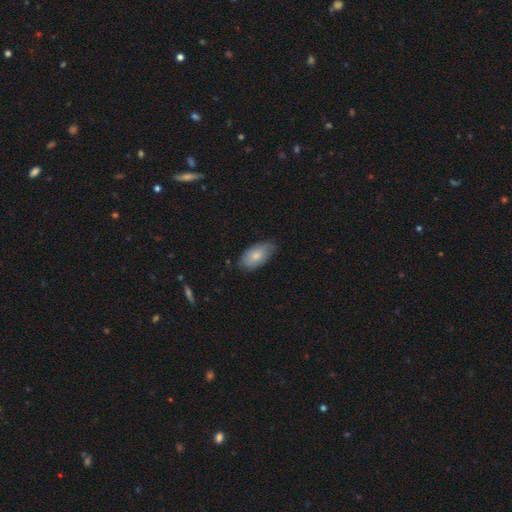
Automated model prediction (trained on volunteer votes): smooth 75%, featured or disk 19%, star or artifact 6%. Down the decision tree: how rounded — in between (94%); merging — none (69%).